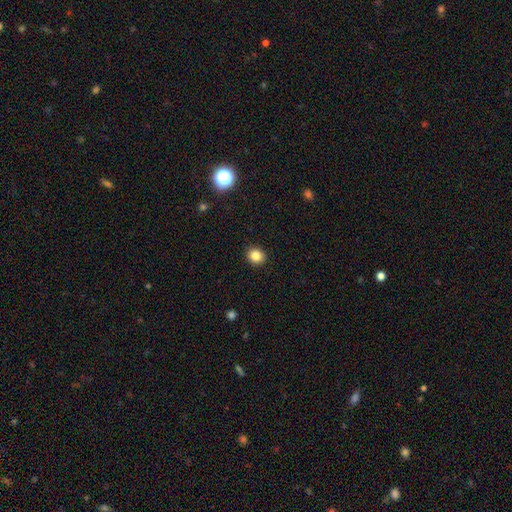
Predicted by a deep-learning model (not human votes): Overall: smooth (84%). How rounded: round (76%). Merging: none (92%).